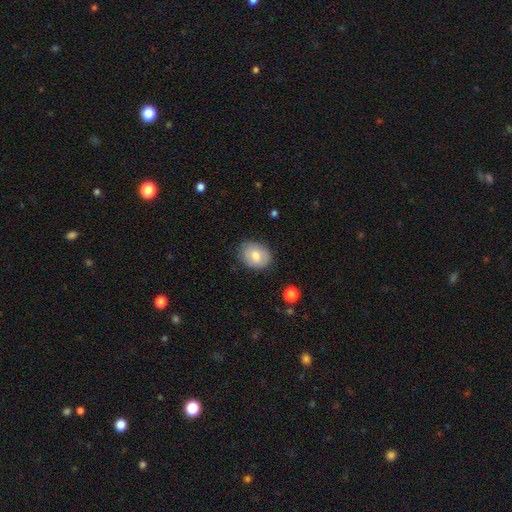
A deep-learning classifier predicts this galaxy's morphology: Smooth or featured: smooth — 77% (featured or disk — 15%)
How rounded: in between — 60% (round — 39%)
Merging: none — 80% (minor disturbance — 15%)